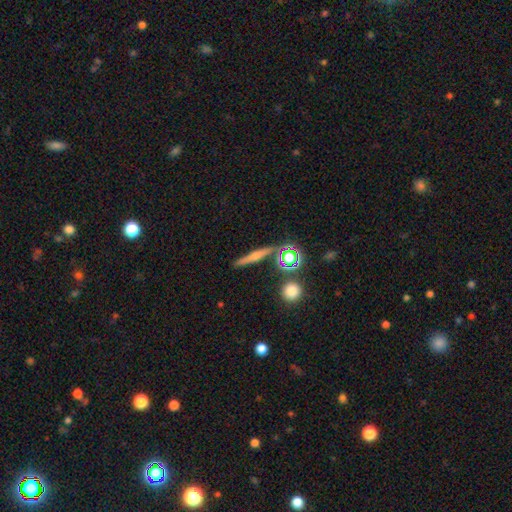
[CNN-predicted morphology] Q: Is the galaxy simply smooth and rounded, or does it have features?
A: featured or disk — 50%.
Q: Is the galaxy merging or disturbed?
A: none — 85%.